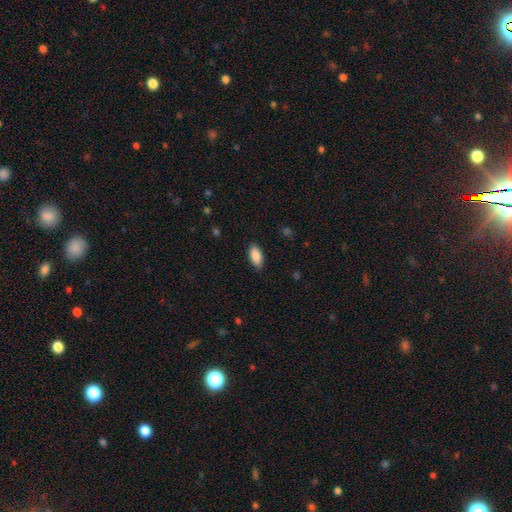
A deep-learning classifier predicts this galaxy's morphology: This appears to be a smooth galaxy with no disk features (89%) that is in between round and cigar-shaped (91%). Merging: none (86%).